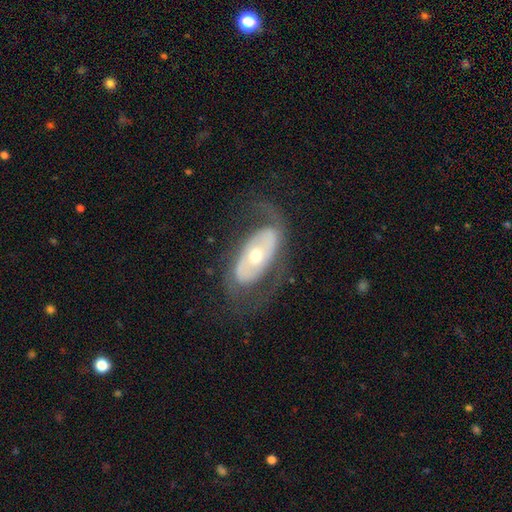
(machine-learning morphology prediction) smooth-or-featured: featured or disk: 77% | smooth: 18% | star or artifact: 5%
  disk-edge-on: no: 91% | yes: 9%
    bar: no: 68% | weak: 19% | strong: 13%
    has-spiral-arms: yes: 66% | no: 34%
    bulge-size: moderate: 58% | small: 36% | large: 5% | dominant: 1% | none: 1%
  merging: none: 66% | major disturbance: 18% | minor disturbance: 15% | merger: 1%